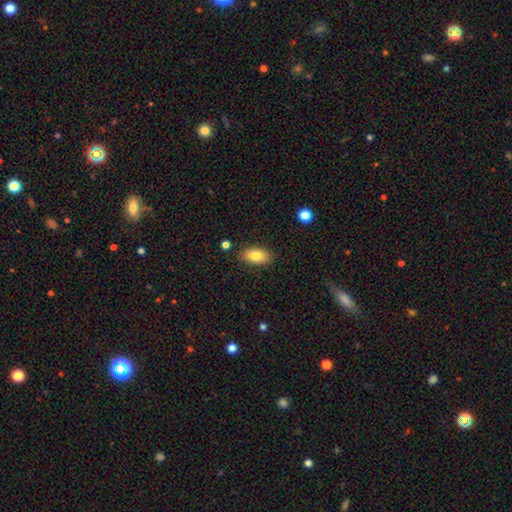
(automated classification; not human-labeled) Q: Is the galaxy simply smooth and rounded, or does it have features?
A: smooth — 81%.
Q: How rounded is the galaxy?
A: in between — 91%.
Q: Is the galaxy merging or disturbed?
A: none — 86%.